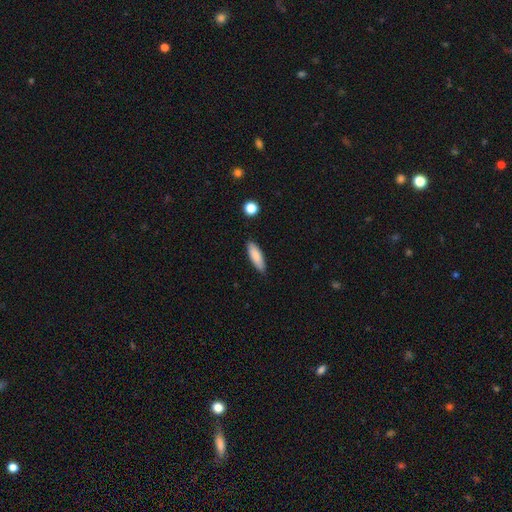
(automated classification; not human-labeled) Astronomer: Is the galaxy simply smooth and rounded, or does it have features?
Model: smooth — 83%.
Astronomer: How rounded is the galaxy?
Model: cigar-shaped — 50% (runner-up: in between, 49%).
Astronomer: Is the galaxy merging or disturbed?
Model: none — 87%.